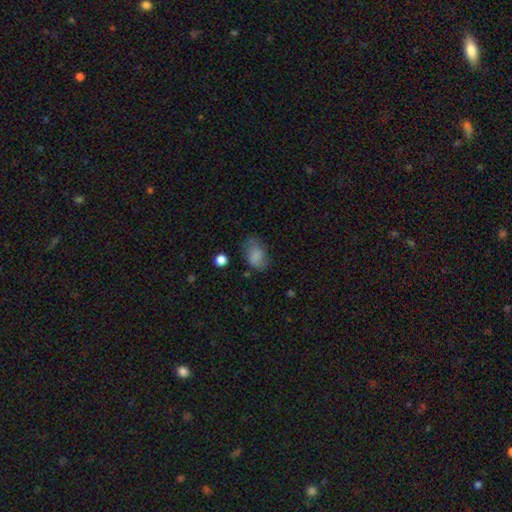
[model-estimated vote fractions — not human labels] Smooth or featured? smooth (78%)
How rounded? in between (82%)
Merging? none (59%)